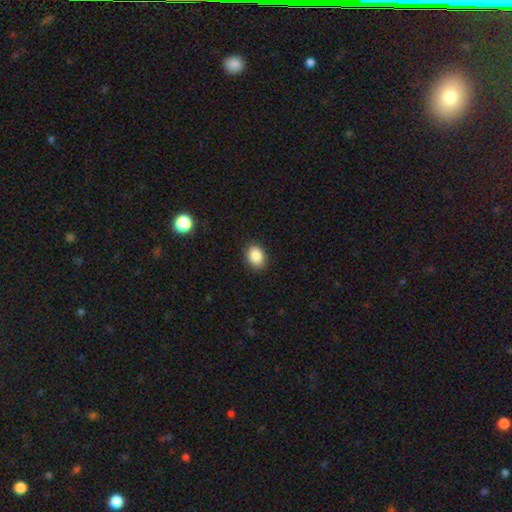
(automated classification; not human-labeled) smooth-or-featured: smooth: 87% | star or artifact: 9% | featured or disk: 4%
  how-rounded: in between: 67% | round: 32% | cigar-shaped: 1%
  merging: none: 89% | minor disturbance: 8% | major disturbance: 2% | merger: 1%